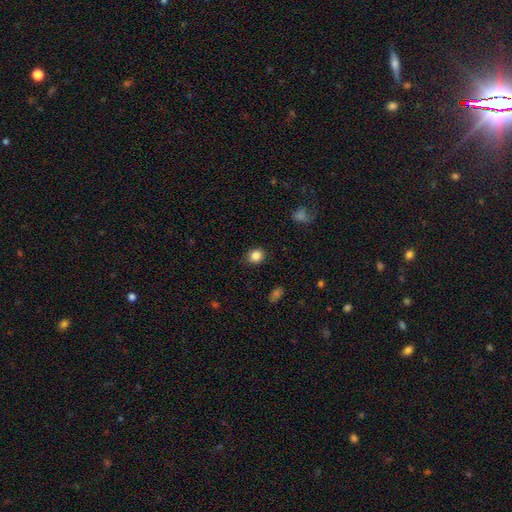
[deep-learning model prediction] smooth-or-featured: smooth: 85% | star or artifact: 10% | featured or disk: 4%
  how-rounded: round: 76% | in between: 23% | cigar-shaped: 1%
  merging: none: 85% | minor disturbance: 11% | major disturbance: 3% | merger: 1%